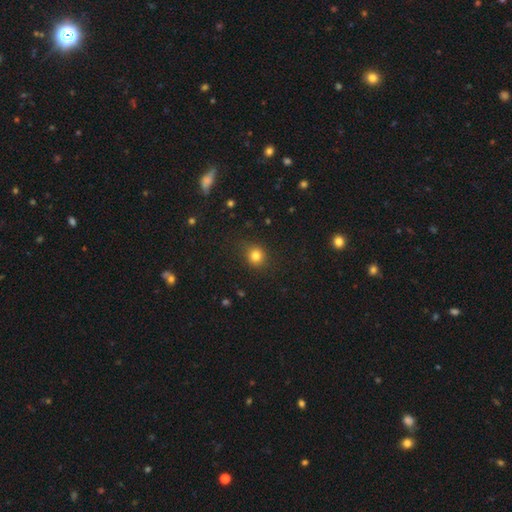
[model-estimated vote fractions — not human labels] Morphology: type=smooth (81%); roundness=round (87%); merging=none (86%).